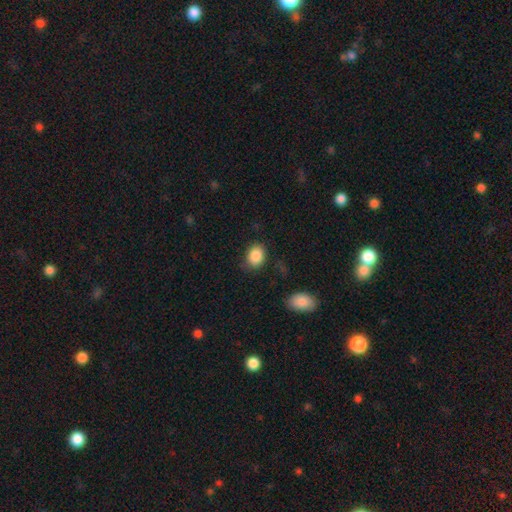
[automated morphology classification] smooth 87%, star or artifact 8%, featured or disk 5%. Down the decision tree: how rounded — in between (63%); merging — none (78%).